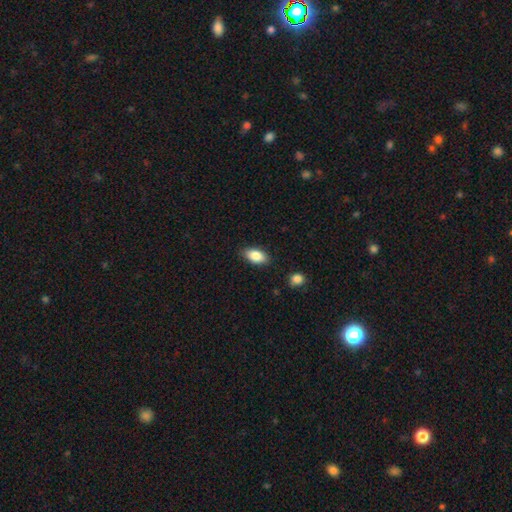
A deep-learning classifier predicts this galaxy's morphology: The model was most divided on "merging": none: 87%, minor disturbance: 9%, major disturbance: 2%, merger: 2%. More confident: how rounded — in between (92%); smooth or featured — smooth (85%).